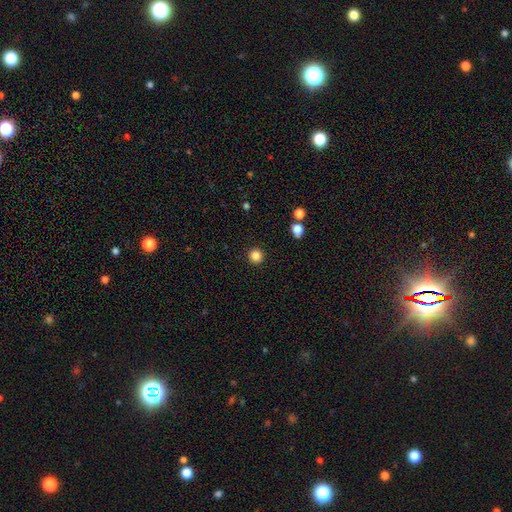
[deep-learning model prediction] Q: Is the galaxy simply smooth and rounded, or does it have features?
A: smooth — 84%.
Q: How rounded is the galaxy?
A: round — 95%.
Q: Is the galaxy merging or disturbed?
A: none — 93%.